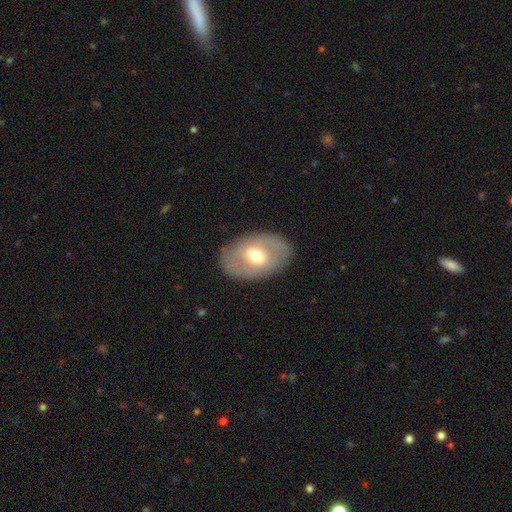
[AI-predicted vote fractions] A featured or disk galaxy (51%). Merging: none (83%).